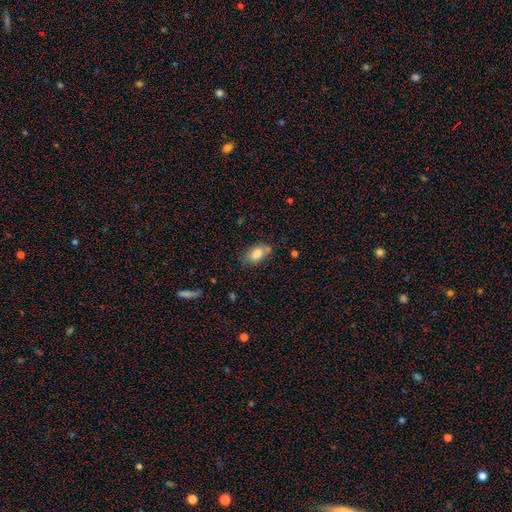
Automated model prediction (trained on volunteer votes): Q: Smooth or featured?
A: smooth (80%); runner-up: featured or disk (12%)
Q: How rounded?
A: in between (85%); runner-up: round (13%)
Q: Merging?
A: none (67%); runner-up: minor disturbance (20%)